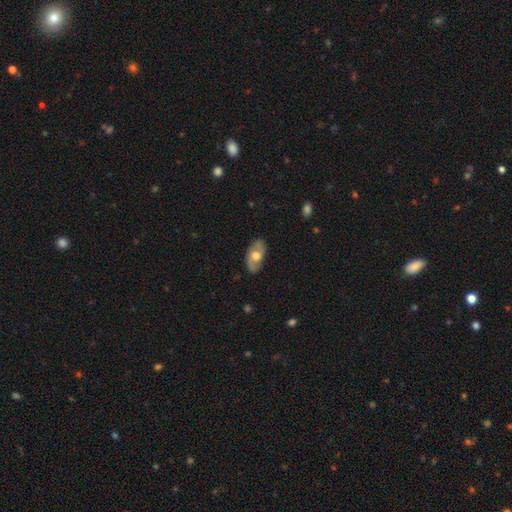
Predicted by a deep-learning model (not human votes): A featured or disk galaxy (58%) with no bar (66%), spiral arms (72%) and a moderate central bulge (68%).

Vote fractions:
- Smooth or featured? featured or disk: 58% / smooth: 36% / star or artifact: 6%
- Edge-on disk? no: 91% / yes: 9%
- Bar? no: 66% / weak: 28% / strong: 5%
- Spiral arms? yes: 72% / no: 28%
- Bulge size? moderate: 68% / large: 20% / small: 10% / none: 2% / dominant: 1%
- Merging? none: 82% / minor disturbance: 14% / major disturbance: 3% / merger: 1%